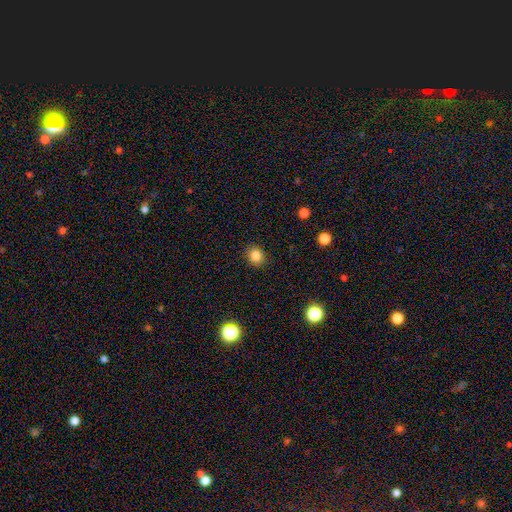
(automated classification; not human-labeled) Smooth or featured?
  - smooth: 84% *
  - star or artifact: 12%
  - featured or disk: 5%
How rounded?
  - round: 80% *
  - in between: 19%
  - cigar-shaped: 1%
Merging?
  - none: 91% *
  - minor disturbance: 6%
  - major disturbance: 2%
  - merger: 1%